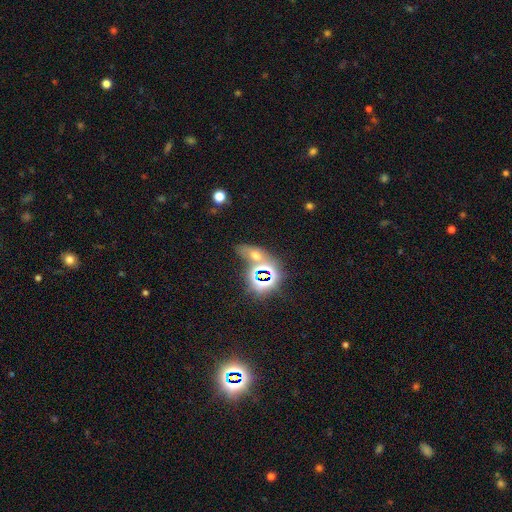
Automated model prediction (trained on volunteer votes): smooth_or_featured: star or artifact (p=0.46) [alt: smooth p=0.38]